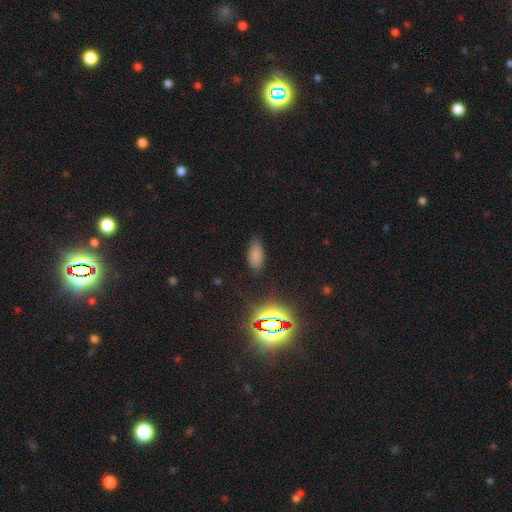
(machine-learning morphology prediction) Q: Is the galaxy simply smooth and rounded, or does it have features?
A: smooth — 76%.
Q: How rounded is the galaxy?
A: in between — 89%.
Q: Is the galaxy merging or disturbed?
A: none — 79%.